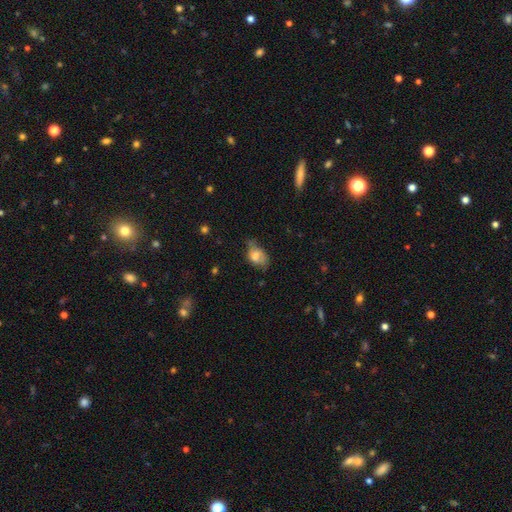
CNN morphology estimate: The model was most divided on "merging": minor disturbance: 38%, none: 35%, major disturbance: 23%, merger: 3%. More confident: how rounded — in between (82%); smooth or featured — smooth (65%).